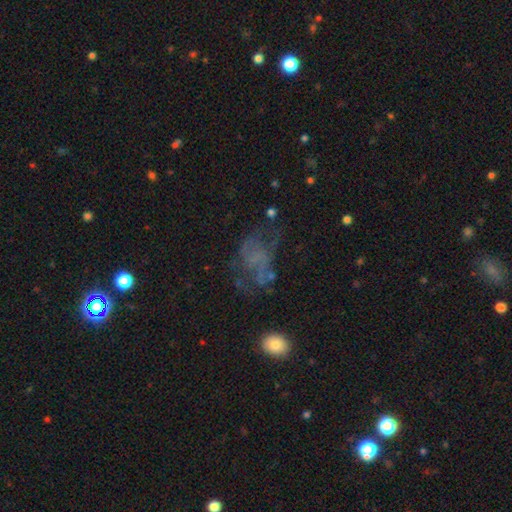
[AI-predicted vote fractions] featured or disk 49%, smooth 32%, star or artifact 19%. Down the decision tree: merging — major disturbance (39%).